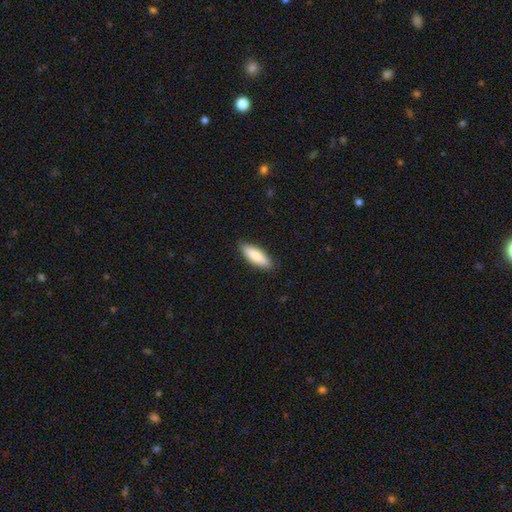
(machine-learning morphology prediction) The model was most divided on "how rounded": in between: 54%, cigar-shaped: 45%, round: 2%. More confident: merging — none (88%); smooth or featured — smooth (84%).